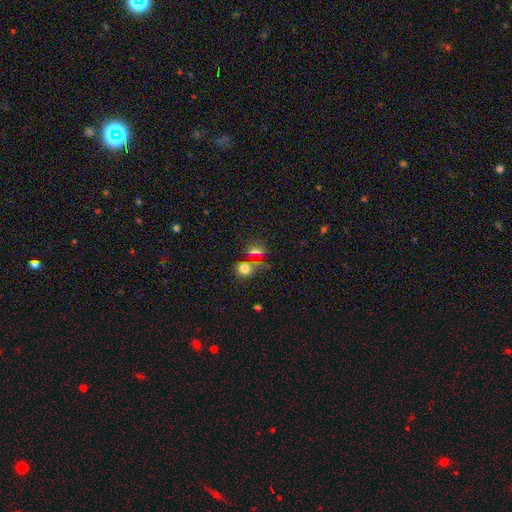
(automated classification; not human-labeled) A smooth galaxy with no disk features (72%) that is in between round and cigar-shaped (51%).

Vote fractions:
- Smooth or featured? smooth: 72% / star or artifact: 17% / featured or disk: 11%
- How rounded? in between: 51% / round: 45% / cigar-shaped: 4%
- Merging? none: 46% / merger: 34% / minor disturbance: 13% / major disturbance: 7%